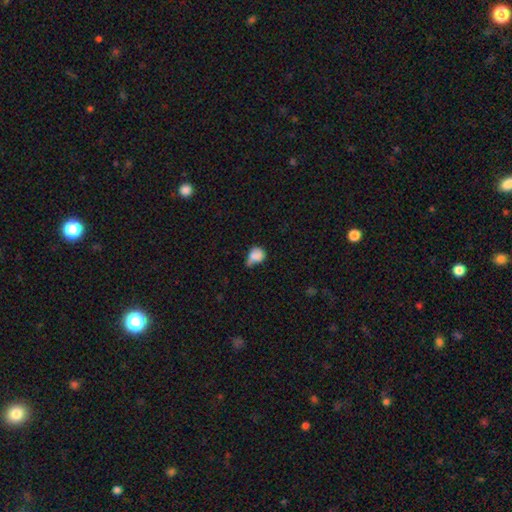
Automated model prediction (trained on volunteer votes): smooth-or-featured: smooth: 76% | featured or disk: 14% | star or artifact: 10%
  how-rounded: in between: 54% | round: 44% | cigar-shaped: 2%
  merging: minor disturbance: 38% | none: 25% | major disturbance: 24% | merger: 13%